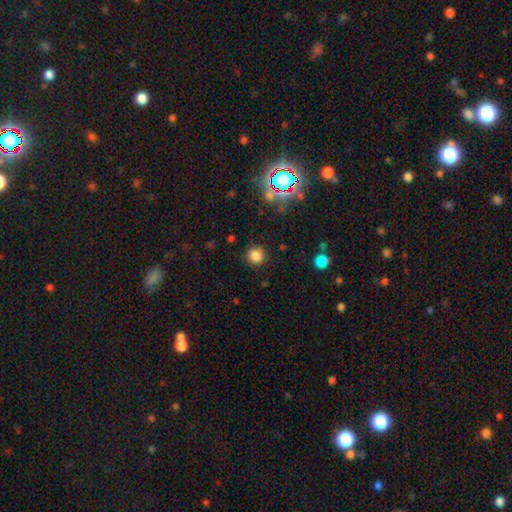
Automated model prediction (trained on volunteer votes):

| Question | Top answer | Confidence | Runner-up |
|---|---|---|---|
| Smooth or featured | smooth | 81% | star or artifact (15%) |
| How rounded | round | 89% | in between (10%) |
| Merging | none | 86% | minor disturbance (9%) |